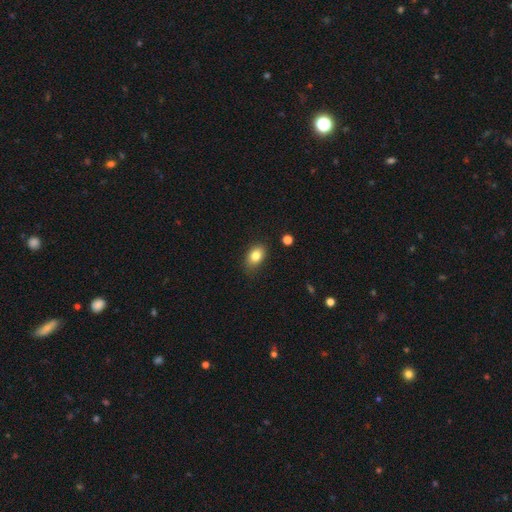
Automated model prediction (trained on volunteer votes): Smooth or featured? Predicted: smooth (p=0.82). How rounded? Predicted: in between (p=0.81). Merging? Predicted: none (p=0.78).